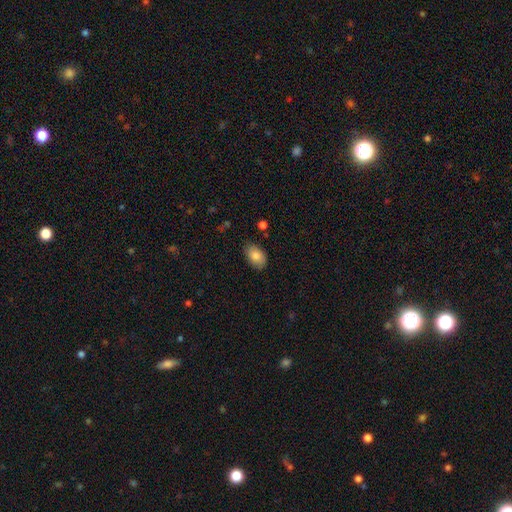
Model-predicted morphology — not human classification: Smooth or featured: smooth — 84% (featured or disk — 9%)
How rounded: in between — 90% (round — 8%)
Merging: none — 83% (minor disturbance — 13%)